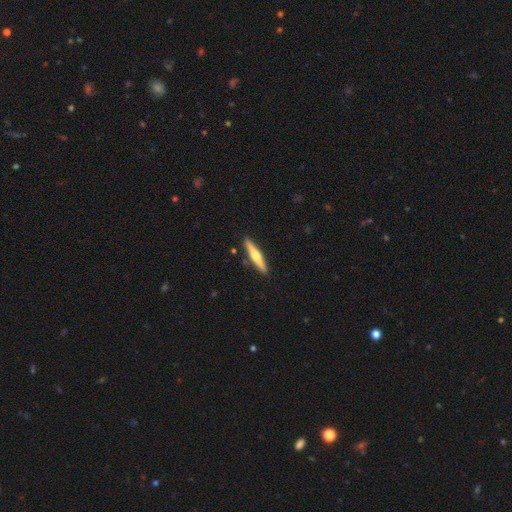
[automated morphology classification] This appears to be a featured or disk galaxy (62%) viewed edge-on (97%) with a rounded central bulge (94%). Merging: none (90%).